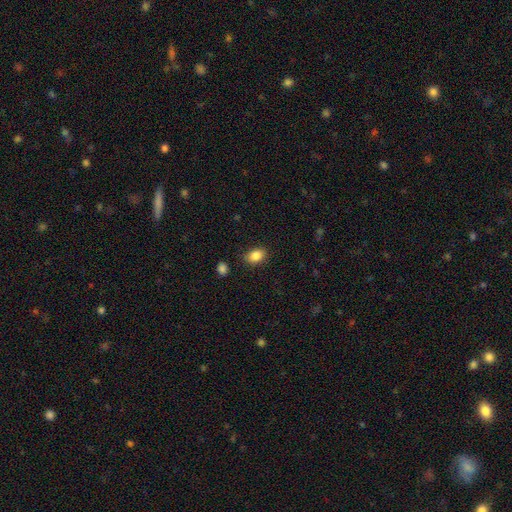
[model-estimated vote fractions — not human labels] Smooth or featured? Predicted: smooth (p=0.86). How rounded? Predicted: in between (p=0.76). Merging? Predicted: none (p=0.84).